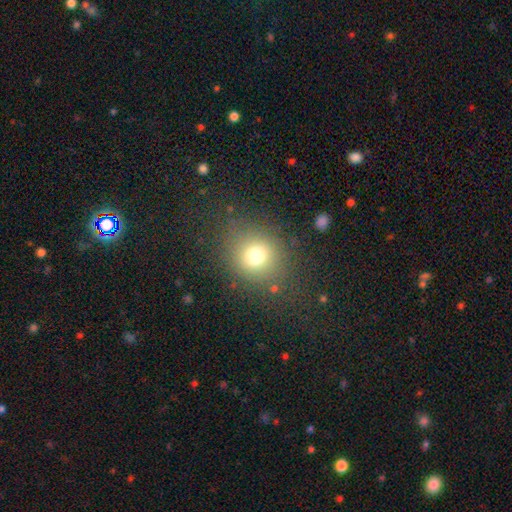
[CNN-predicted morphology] This is likely a smooth galaxy (74%). How rounded: likely round (77%). Merging: clearly none (80%).